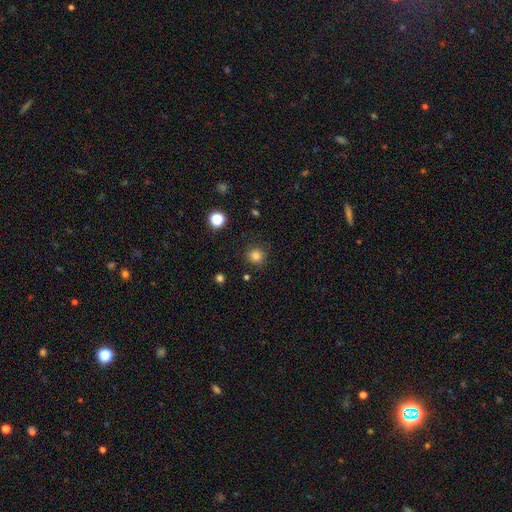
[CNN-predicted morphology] smooth-or-featured: smooth: 83% | star or artifact: 13% | featured or disk: 4%
  how-rounded: round: 92% | in between: 7% | cigar-shaped: 1%
  merging: none: 87% | minor disturbance: 8% | major disturbance: 3% | merger: 2%